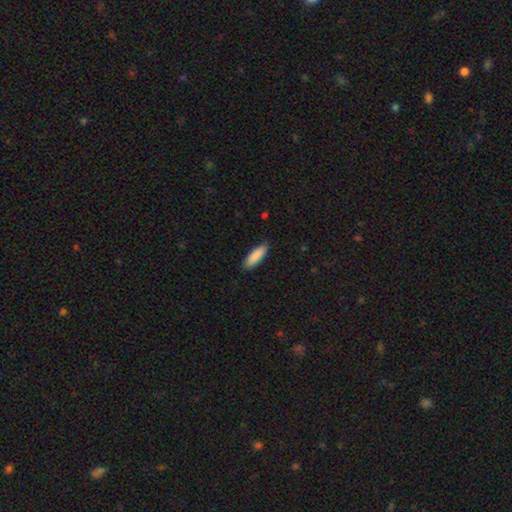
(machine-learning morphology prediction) Smooth or featured: smooth — 89% (featured or disk — 6%)
How rounded: in between — 51% (cigar-shaped — 48%)
Merging: none — 86% (minor disturbance — 11%)